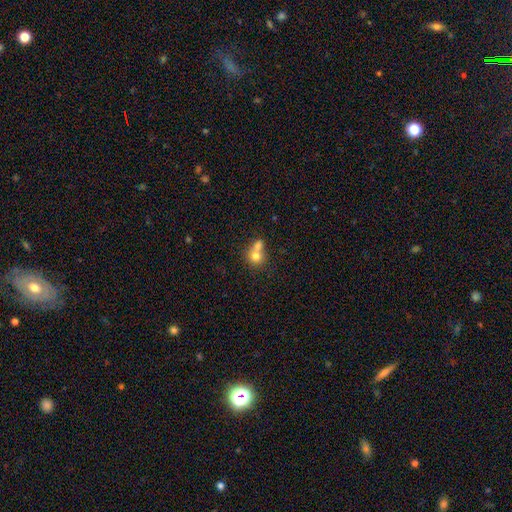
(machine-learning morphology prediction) type=smooth (73%); roundness=round (77%); merging=merger (62%).